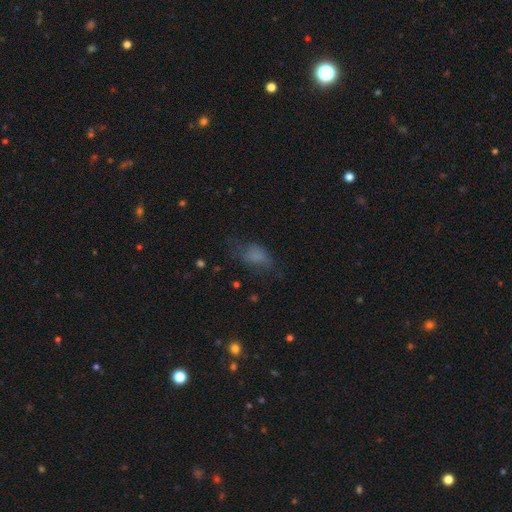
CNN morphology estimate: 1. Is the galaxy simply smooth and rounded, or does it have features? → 67% smooth, 17% featured or disk, 15% star or artifact.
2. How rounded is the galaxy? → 85% in between, 12% round, 4% cigar-shaped.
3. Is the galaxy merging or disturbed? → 44% none, 27% minor disturbance, 27% major disturbance, 2% merger.